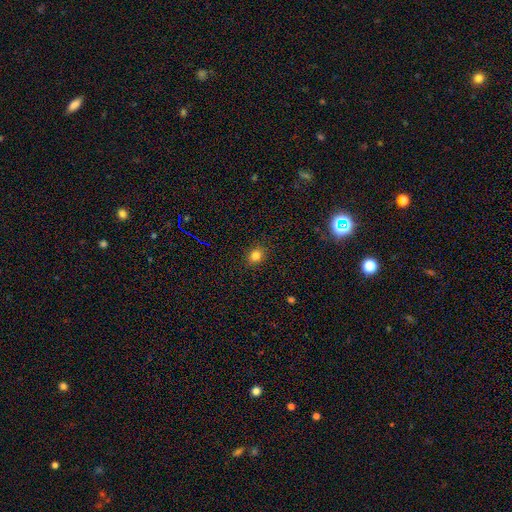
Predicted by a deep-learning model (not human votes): The model was most divided on "how rounded": round: 67%, in between: 32%, cigar-shaped: 1%. More confident: merging — none (89%); smooth or featured — smooth (81%).